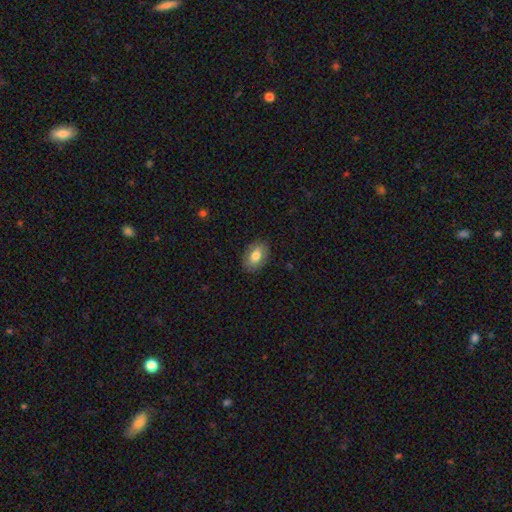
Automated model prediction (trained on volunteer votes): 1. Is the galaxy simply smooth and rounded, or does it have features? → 72% smooth, 21% featured or disk, 7% star or artifact.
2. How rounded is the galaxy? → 88% in between, 10% round, 2% cigar-shaped.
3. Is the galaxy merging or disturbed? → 84% none, 12% minor disturbance, 3% major disturbance, 1% merger.